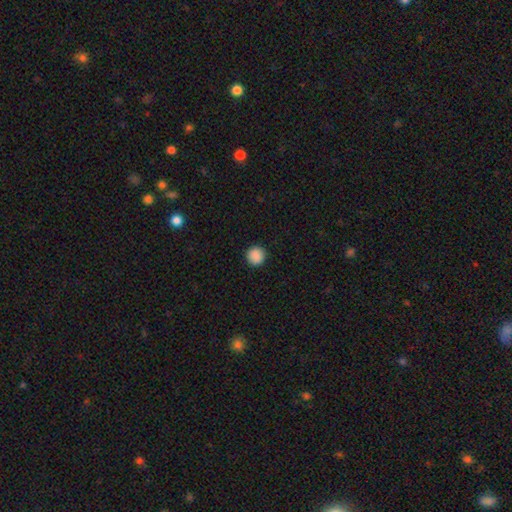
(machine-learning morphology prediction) Overall: smooth (89%). How rounded: round (95%). Merging: none (92%).